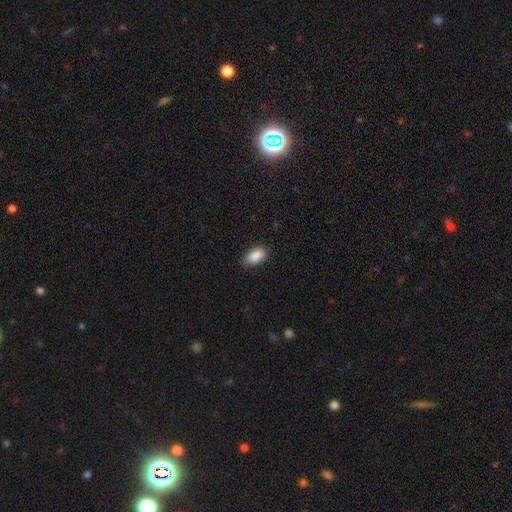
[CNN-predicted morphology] smooth-or-featured: smooth: 90% | star or artifact: 6% | featured or disk: 4%
  how-rounded: in between: 94% | round: 4% | cigar-shaped: 2%
  merging: none: 85% | minor disturbance: 12% | major disturbance: 2% | merger: 1%